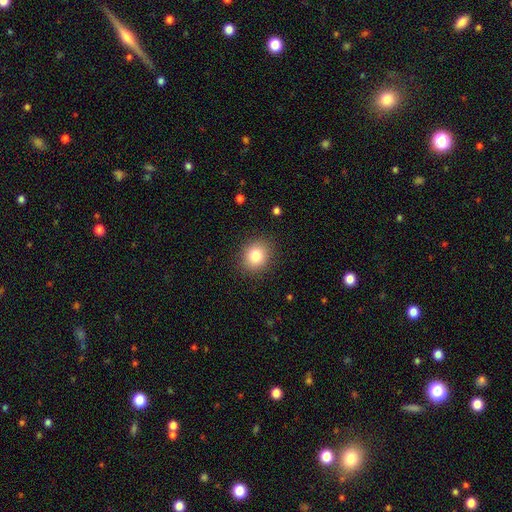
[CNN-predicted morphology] This appears to be a smooth galaxy with no disk features (82%) that is round (70%). Merging: none (88%).